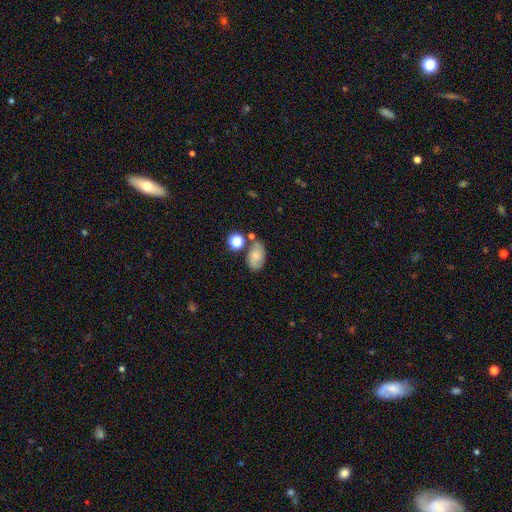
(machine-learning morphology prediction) smooth 56%, featured or disk 32%, star or artifact 11%. Down the decision tree: how rounded — in between (85%); merging — none (60%).